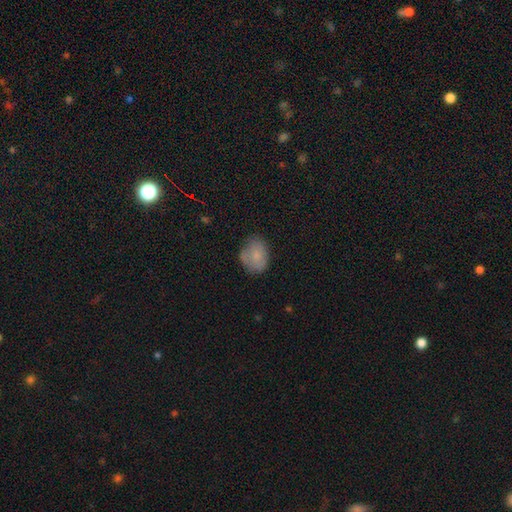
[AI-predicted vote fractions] Overall: smooth (77%). How rounded: in between (61%; round 38%). Merging: none (64%; minor disturbance 26%).